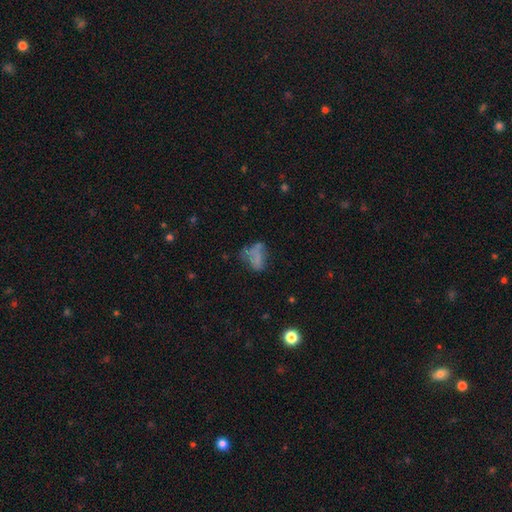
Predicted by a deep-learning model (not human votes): This is possibly a smooth galaxy (56%). How rounded: clearly in between (80%). Merging: marginally none (33%).